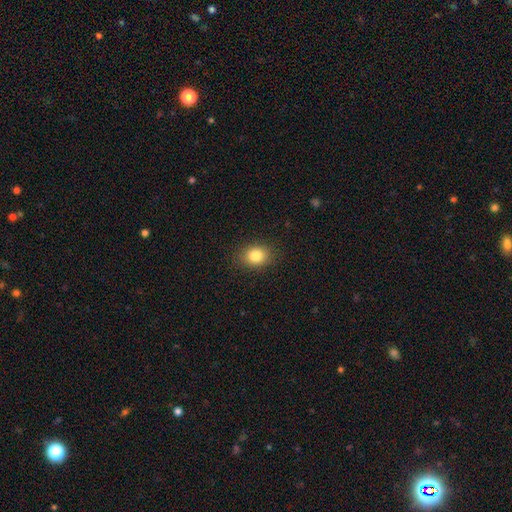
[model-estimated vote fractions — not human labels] Smooth or featured?
  - smooth: 83% *
  - star or artifact: 11%
  - featured or disk: 6%
How rounded?
  - round: 51% *
  - in between: 48%
  - cigar-shaped: 1%
Merging?
  - none: 88% *
  - minor disturbance: 9%
  - major disturbance: 3%
  - merger: 1%